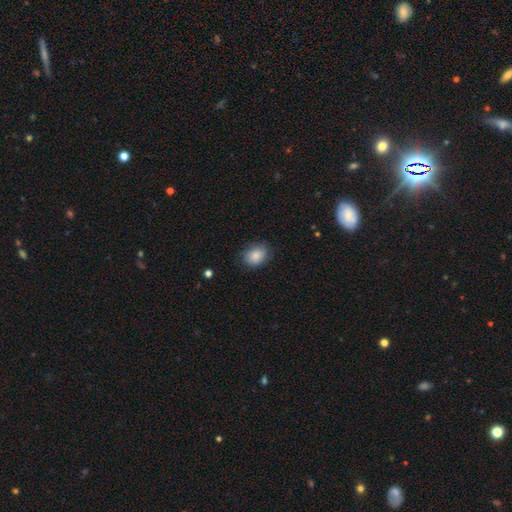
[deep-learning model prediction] Smooth or featured? Predicted: smooth (p=0.85). How rounded? Predicted: in between (p=0.55). Merging? Predicted: none (p=0.77).